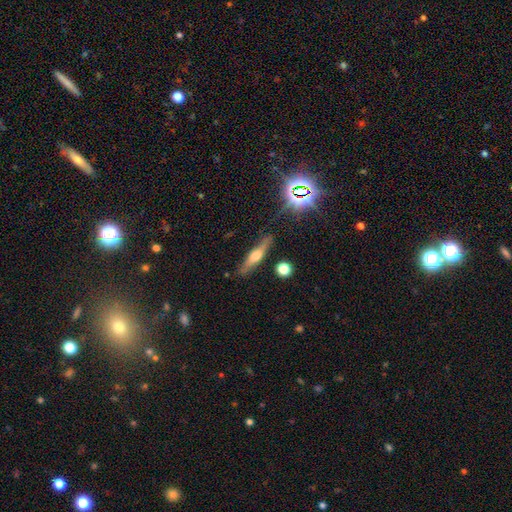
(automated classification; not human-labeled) smooth-or-featured: featured or disk: 55% | smooth: 33% | star or artifact: 12%
  disk-edge-on: yes: 92% | no: 8%
    edge-on-bulge: rounded: 87% | boxy: 8% | none: 5%
  merging: none: 83% | minor disturbance: 12% | major disturbance: 3% | merger: 3%